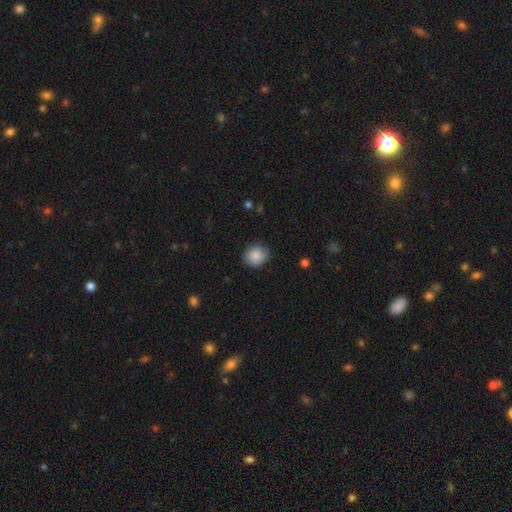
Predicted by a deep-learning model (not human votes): smooth_or_featured: smooth (p=0.87) [alt: star or artifact p=0.07]
how_rounded: round (p=0.77) [alt: in between p=0.22]
merging: none (p=0.80) [alt: minor disturbance p=0.16]